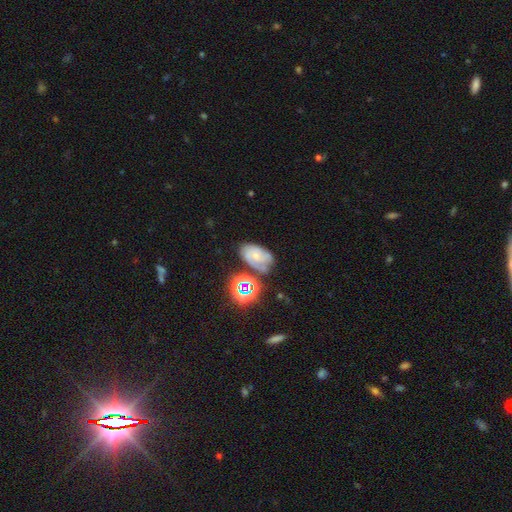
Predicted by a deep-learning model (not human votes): smooth-or-featured: featured or disk: 52% | smooth: 29% | star or artifact: 20%
  disk-edge-on: no: 96% | yes: 4%
  merging: none: 54% | minor disturbance: 25% | major disturbance: 10% | merger: 10%